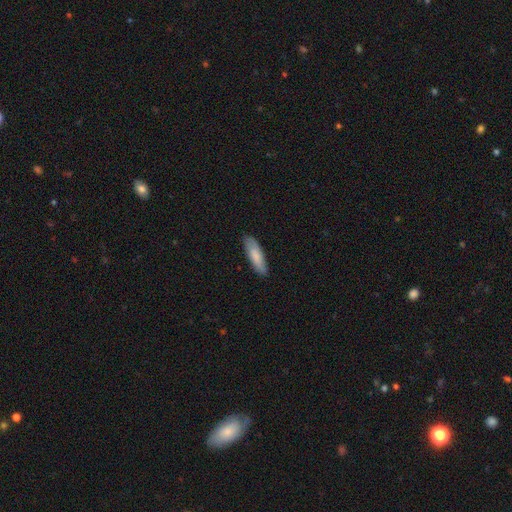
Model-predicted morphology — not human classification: This appears to be a smooth galaxy with no disk features (78%) that is cigar-shaped (51%). Merging: none (85%).